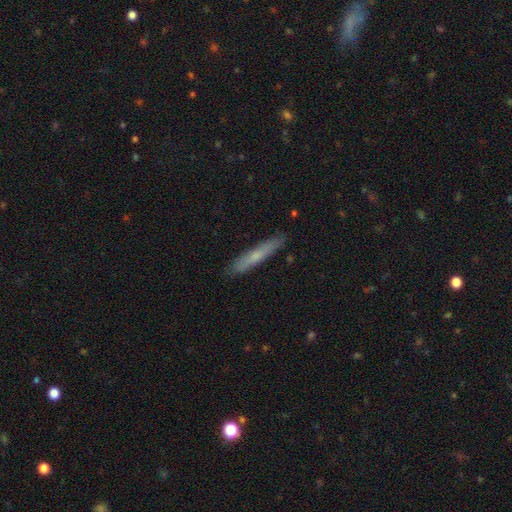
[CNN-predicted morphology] Overall: smooth (59%; featured or disk 35%). How rounded: cigar-shaped (93%). Merging: none (88%).